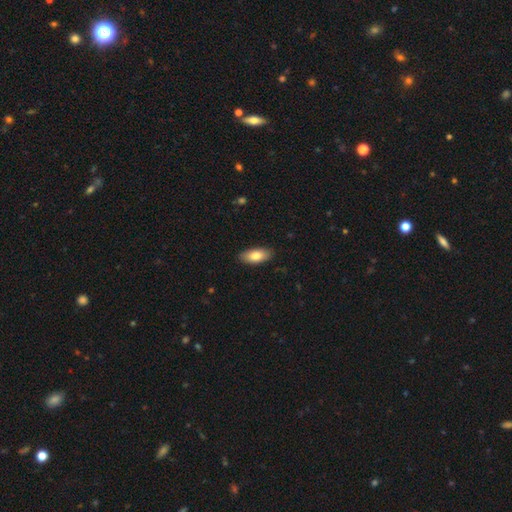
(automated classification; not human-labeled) Q: Smooth or featured?
A: smooth (82%); runner-up: featured or disk (12%)
Q: How rounded?
A: in between (87%); runner-up: cigar-shaped (11%)
Q: Merging?
A: none (88%); runner-up: minor disturbance (9%)